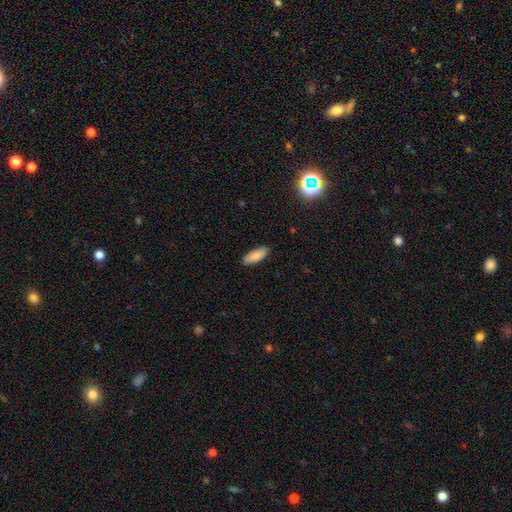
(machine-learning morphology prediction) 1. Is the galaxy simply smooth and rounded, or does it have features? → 86% smooth, 7% featured or disk, 7% star or artifact.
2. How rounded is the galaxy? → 68% in between, 30% cigar-shaped, 2% round.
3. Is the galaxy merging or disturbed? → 86% none, 11% minor disturbance, 2% major disturbance, 1% merger.